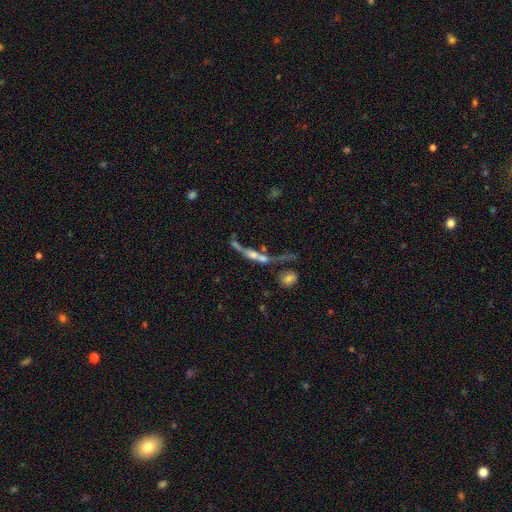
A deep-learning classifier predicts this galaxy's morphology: Smooth or featured?
  - featured or disk: 55% *
  - smooth: 31%
  - star or artifact: 15%
Edge-on disk?
  - yes: 54% *
  - no: 46%
Merging?
  - merger: 47% *
  - none: 24%
  - major disturbance: 18%
  - minor disturbance: 11%